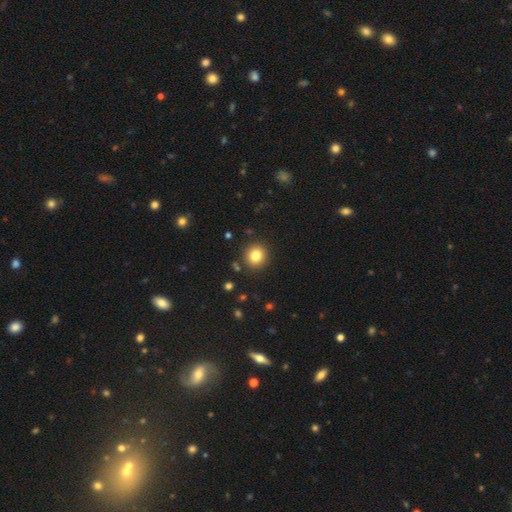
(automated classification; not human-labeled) Smooth or featured? smooth (82%)
How rounded? round (85%)
Merging? none (89%)